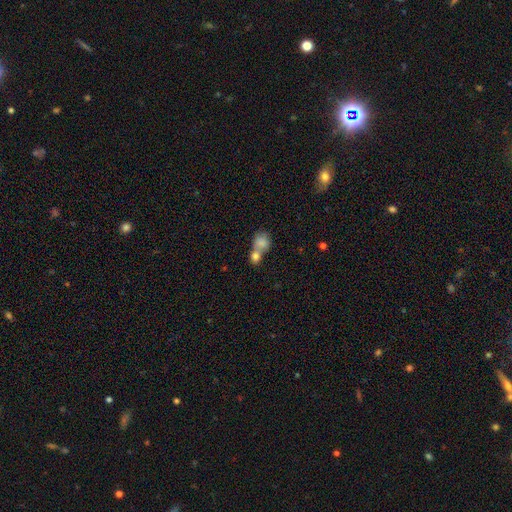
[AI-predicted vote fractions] Smooth or featured?
  - smooth: 81% *
  - featured or disk: 10%
  - star or artifact: 9%
How rounded?
  - round: 66% *
  - in between: 33%
  - cigar-shaped: 2%
Merging?
  - merger: 63% *
  - none: 26%
  - minor disturbance: 7%
  - major disturbance: 4%